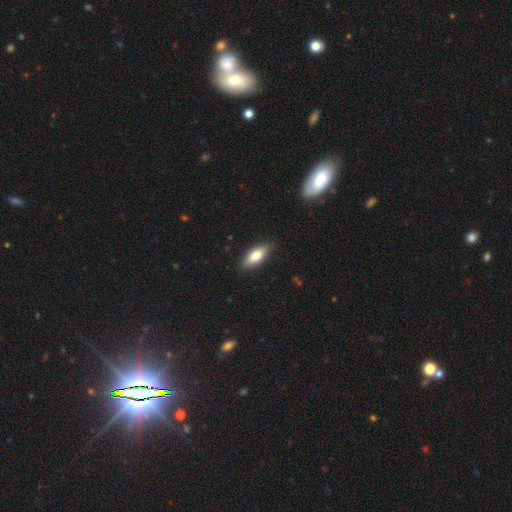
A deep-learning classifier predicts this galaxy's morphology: This is likely a smooth galaxy (78%). How rounded: likely in between (76%). Merging: clearly none (87%).